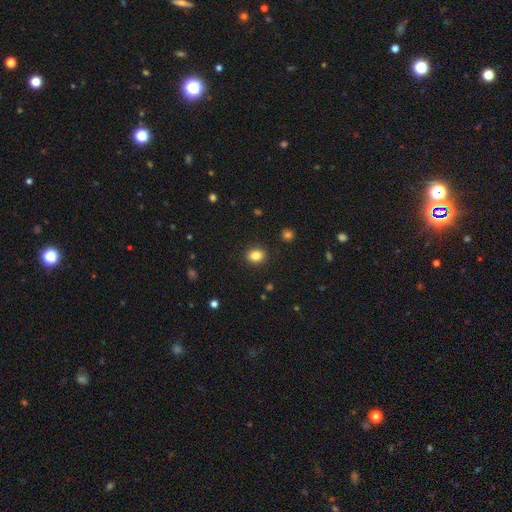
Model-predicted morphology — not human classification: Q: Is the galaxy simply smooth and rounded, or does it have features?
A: smooth — 85%.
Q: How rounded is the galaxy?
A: round — 52%.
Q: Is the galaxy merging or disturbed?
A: none — 89%.